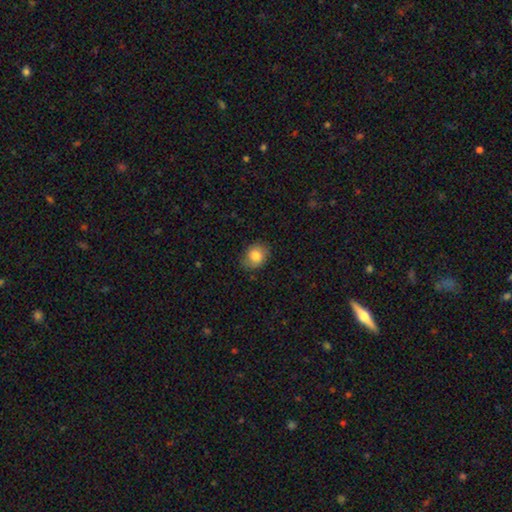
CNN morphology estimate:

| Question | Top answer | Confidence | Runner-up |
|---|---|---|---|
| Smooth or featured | smooth | 80% | featured or disk (11%) |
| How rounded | round | 56% | in between (43%) |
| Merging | none | 79% | minor disturbance (16%) |